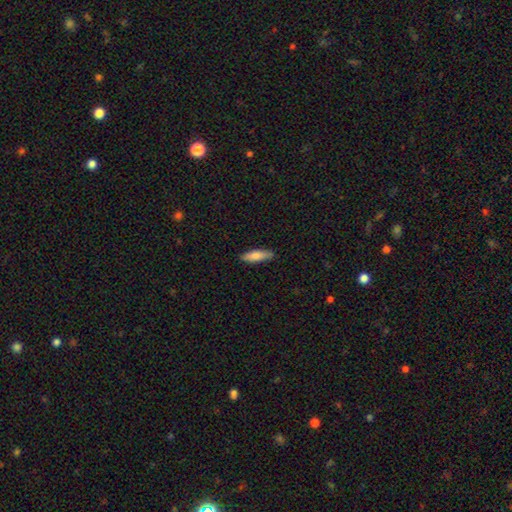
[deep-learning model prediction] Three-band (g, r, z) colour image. It shows a smooth galaxy with no disk features (81%) that is cigar-shaped (60%). Merging: none (86%).